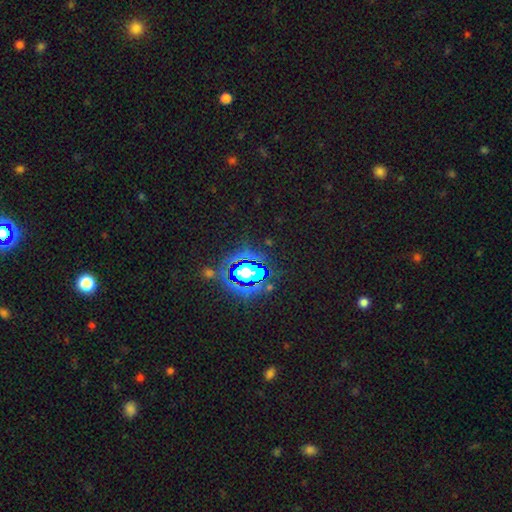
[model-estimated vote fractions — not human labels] star or artifact 80%, smooth 13%, featured or disk 7%.